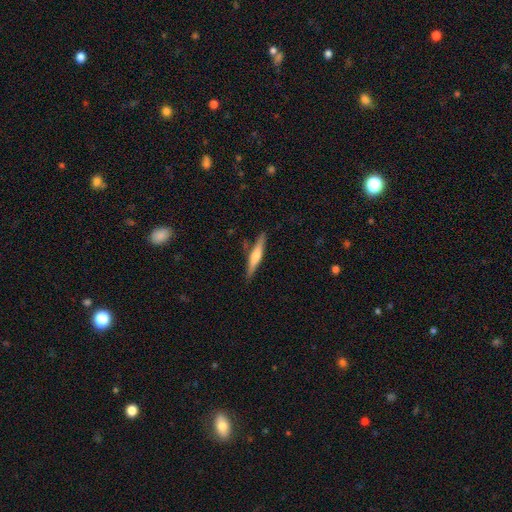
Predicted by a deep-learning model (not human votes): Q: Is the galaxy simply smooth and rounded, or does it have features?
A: featured or disk — 49%.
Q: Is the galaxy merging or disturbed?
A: none — 86%.